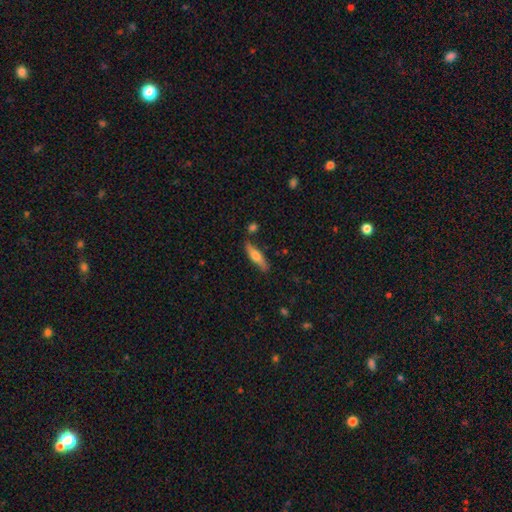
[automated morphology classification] A smooth galaxy with no disk features (55%) that is cigar-shaped (74%).

Vote fractions:
- Smooth or featured? smooth: 55% / featured or disk: 39% / star or artifact: 6%
- How rounded? cigar-shaped: 74% / in between: 24% / round: 2%
- Merging? none: 79% / minor disturbance: 13% / merger: 5% / major disturbance: 3%